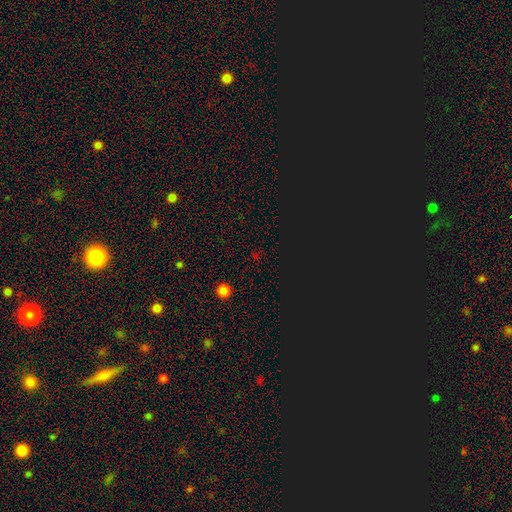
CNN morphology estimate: Smooth or featured: star or artifact — 68% (smooth — 25%)